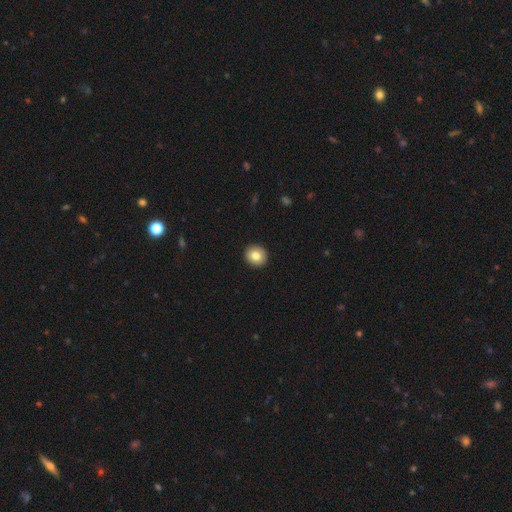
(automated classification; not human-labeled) smooth_or_featured: smooth (p=0.81) [alt: featured or disk p=0.10]
how_rounded: round (p=0.88) [alt: in between p=0.11]
merging: none (p=0.93) [alt: minor disturbance p=0.05]